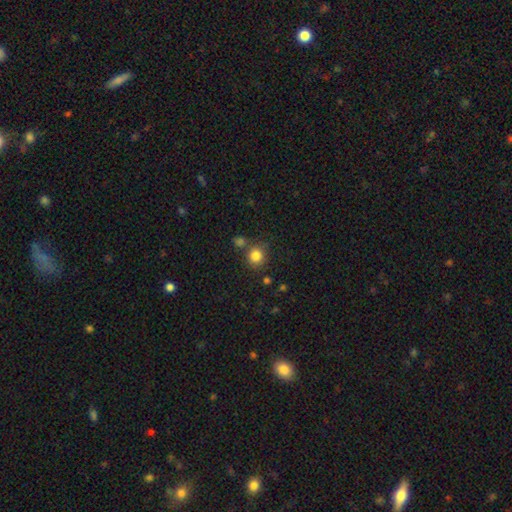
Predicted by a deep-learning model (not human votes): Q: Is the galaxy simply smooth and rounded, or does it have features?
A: smooth — 83%.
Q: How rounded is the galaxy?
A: round — 86%.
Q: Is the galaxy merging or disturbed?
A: none — 72%.